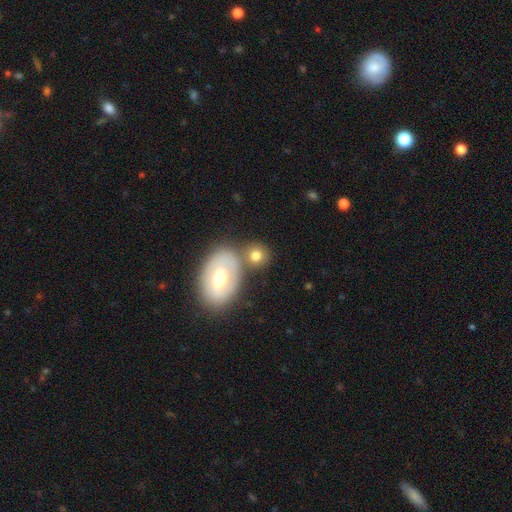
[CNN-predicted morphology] smooth-or-featured: smooth: 73% | featured or disk: 19% | star or artifact: 8%
  how-rounded: round: 68% | in between: 30% | cigar-shaped: 2%
  merging: none: 59% | merger: 25% | minor disturbance: 12% | major disturbance: 4%